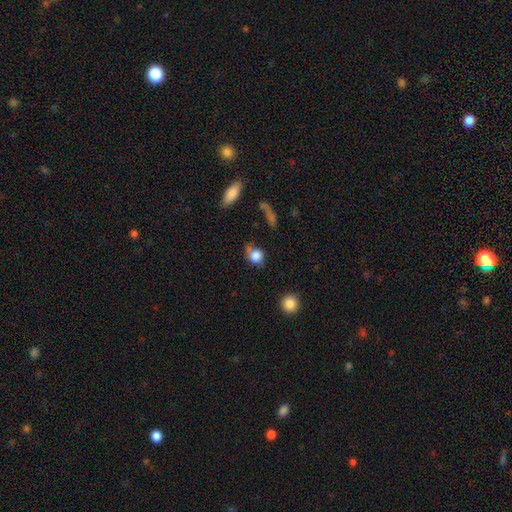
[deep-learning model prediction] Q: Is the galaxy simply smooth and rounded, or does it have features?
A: smooth — 80%.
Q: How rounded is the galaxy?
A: round — 61%.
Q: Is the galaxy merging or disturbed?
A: none — 44%.